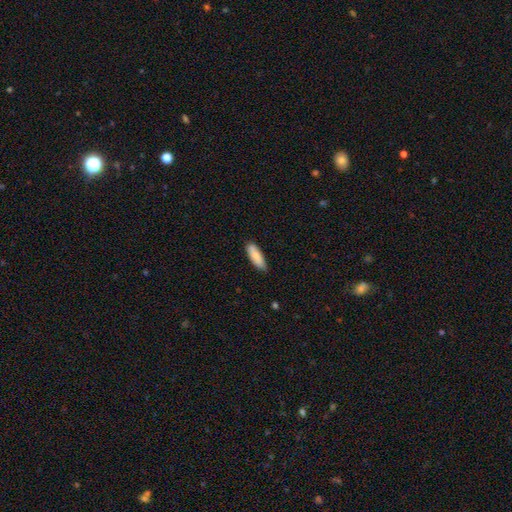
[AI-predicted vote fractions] Q: Smooth or featured?
A: smooth (82%); runner-up: featured or disk (12%)
Q: How rounded?
A: in between (53%); runner-up: cigar-shaped (45%)
Q: Merging?
A: none (81%); runner-up: minor disturbance (15%)